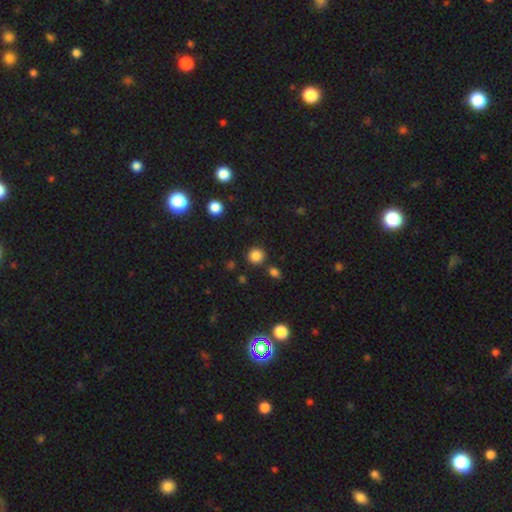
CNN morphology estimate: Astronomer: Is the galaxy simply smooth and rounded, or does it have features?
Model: smooth — 84%.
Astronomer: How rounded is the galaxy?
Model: round — 90%.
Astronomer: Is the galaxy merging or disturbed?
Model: none — 84%.